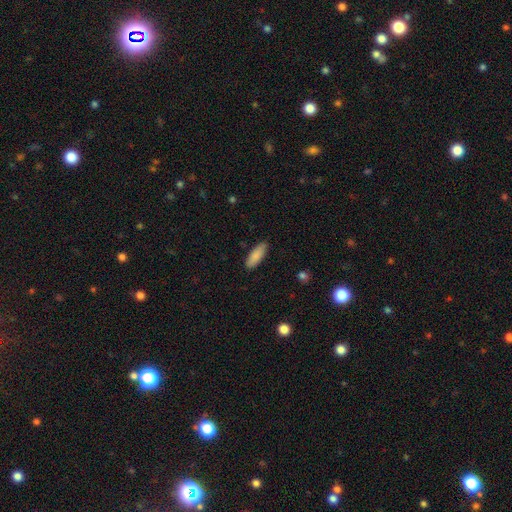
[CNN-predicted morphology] A smooth galaxy with no disk features (87%) that is in between round and cigar-shaped (62%). Merging: none (87%).